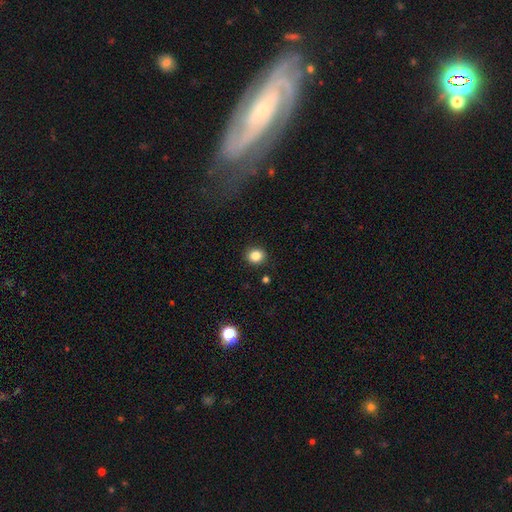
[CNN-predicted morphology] Smooth or featured: smooth — 84% (star or artifact — 11%)
How rounded: round — 84% (in between — 16%)
Merging: none — 91% (minor disturbance — 6%)